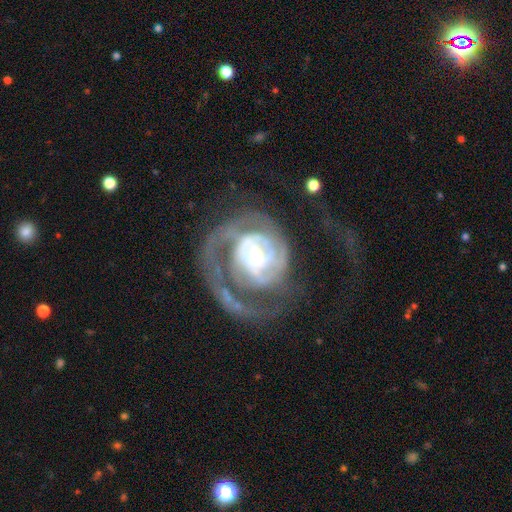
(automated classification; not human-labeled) This is clearly a featured or disk galaxy (87%). It is clearly not viewed edge-on (98%). Bar: possibly no (56%). Spiral arm pattern: clearly yes (92%). Spiral arm count: marginally 2 (33%). Spiral winding: possibly tight (53%). Central bulge: possibly small (53%). Merging: marginally major disturbance (43%).